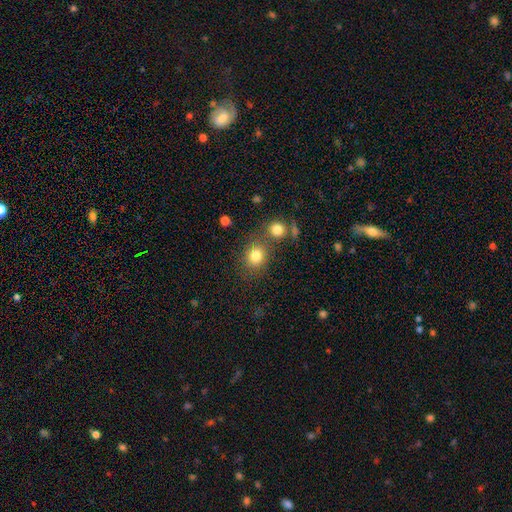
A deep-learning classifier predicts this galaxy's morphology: Smooth or featured? Predicted: smooth (p=0.81). How rounded? Predicted: round (p=0.72). Merging? Predicted: none (p=0.67).